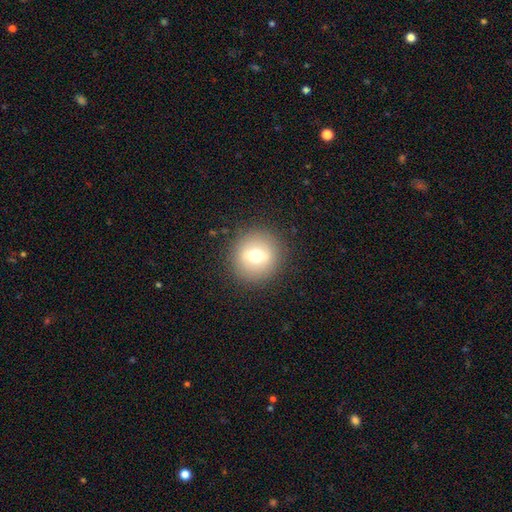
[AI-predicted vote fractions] Smooth or featured?
  - smooth: 50% *
  - featured or disk: 39%
  - star or artifact: 11%
How rounded?
  - round: 90% *
  - in between: 8%
  - cigar-shaped: 1%
Merging?
  - none: 88% *
  - minor disturbance: 7%
  - major disturbance: 3%
  - merger: 1%